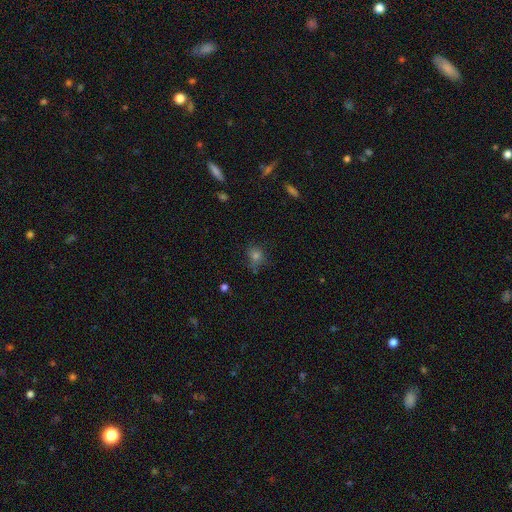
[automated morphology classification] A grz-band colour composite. It shows a smooth galaxy with no disk features (59%) that is round (73%). Merging: none (68%).